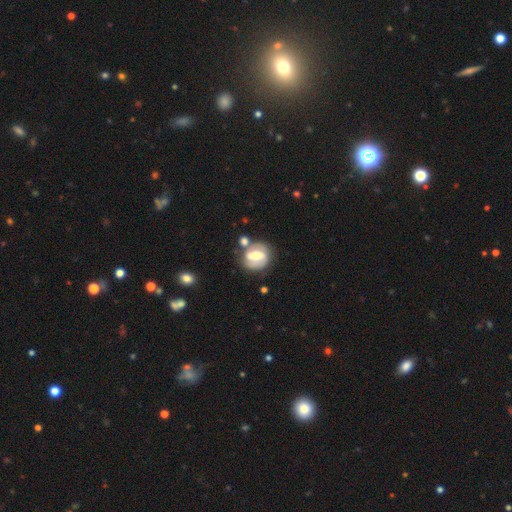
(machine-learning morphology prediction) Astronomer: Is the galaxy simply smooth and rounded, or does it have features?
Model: featured or disk — 66%.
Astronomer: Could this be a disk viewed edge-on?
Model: no — 96%.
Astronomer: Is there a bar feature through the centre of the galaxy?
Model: strong — 42% (runner-up: weak, 39%).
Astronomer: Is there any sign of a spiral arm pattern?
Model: yes — 73%.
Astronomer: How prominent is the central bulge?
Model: moderate — 66%.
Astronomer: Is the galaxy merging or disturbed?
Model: none — 63%.